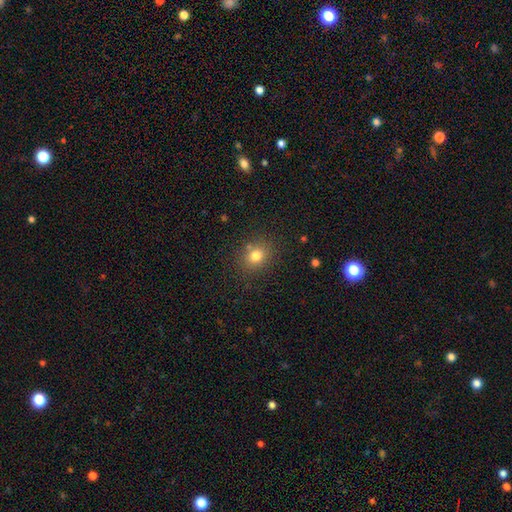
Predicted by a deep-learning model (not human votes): smooth 78%, star or artifact 14%, featured or disk 8%. Down the decision tree: how rounded — round (66%); merging — none (82%).